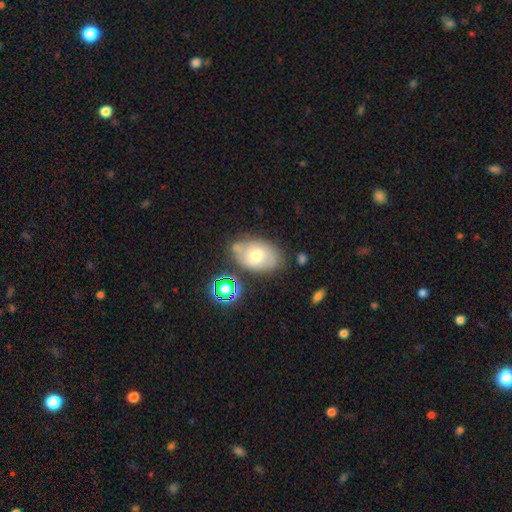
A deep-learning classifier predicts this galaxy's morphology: This is possibly a smooth galaxy (55%). How rounded: clearly in between (86%). Merging: likely none (62%).